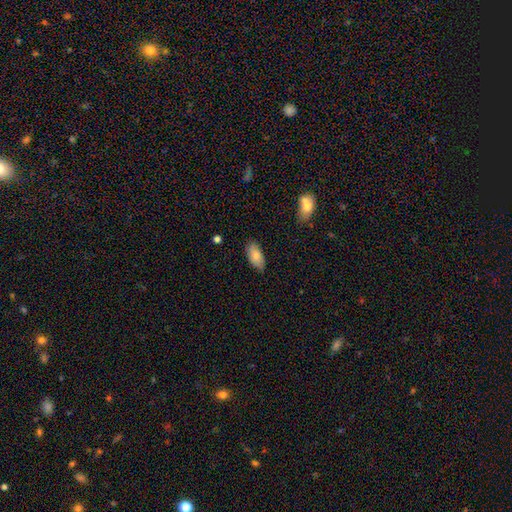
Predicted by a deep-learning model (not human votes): smooth_or_featured: smooth (p=0.78) [alt: featured or disk p=0.15]
how_rounded: in between (p=0.92) [alt: cigar-shaped p=0.05]
merging: none (p=0.81) [alt: minor disturbance p=0.15]